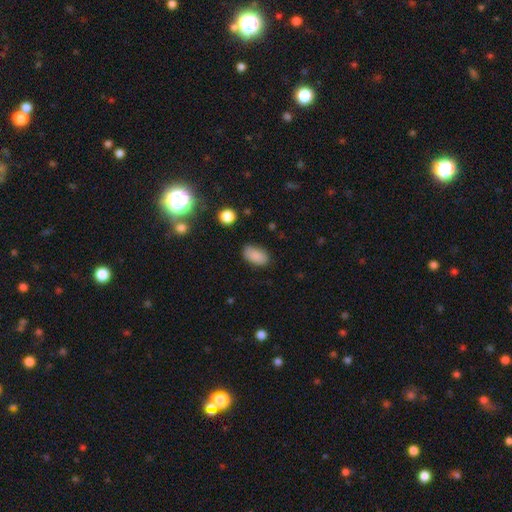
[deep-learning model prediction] Q: Smooth or featured?
A: smooth (86%); runner-up: star or artifact (9%)
Q: How rounded?
A: in between (93%); runner-up: round (5%)
Q: Merging?
A: none (78%); runner-up: minor disturbance (17%)